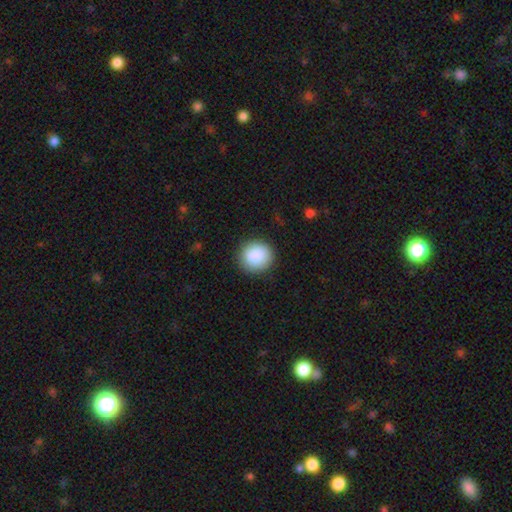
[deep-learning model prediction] This appears to be a smooth galaxy with no disk features (87%) that is round (91%). Merging: none (89%).